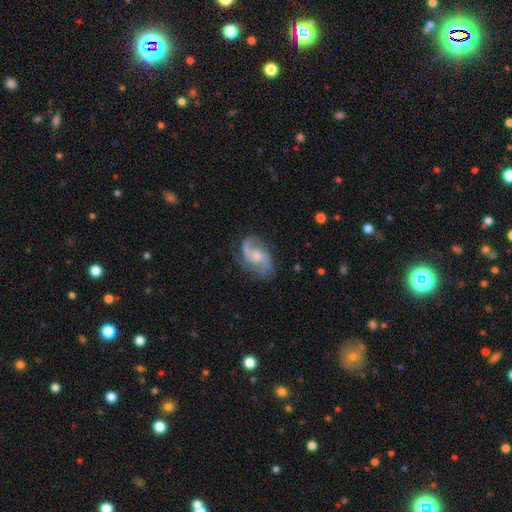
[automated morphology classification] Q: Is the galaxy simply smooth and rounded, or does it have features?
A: featured or disk — 79%.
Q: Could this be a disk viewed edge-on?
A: no — 97%.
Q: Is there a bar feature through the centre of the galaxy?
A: no — 63%.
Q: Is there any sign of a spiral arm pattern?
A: yes — 93%.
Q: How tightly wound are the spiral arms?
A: medium — 45%.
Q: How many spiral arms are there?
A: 2 — 61%.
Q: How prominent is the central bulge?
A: moderate — 47%.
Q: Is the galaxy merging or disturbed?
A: none — 60%.